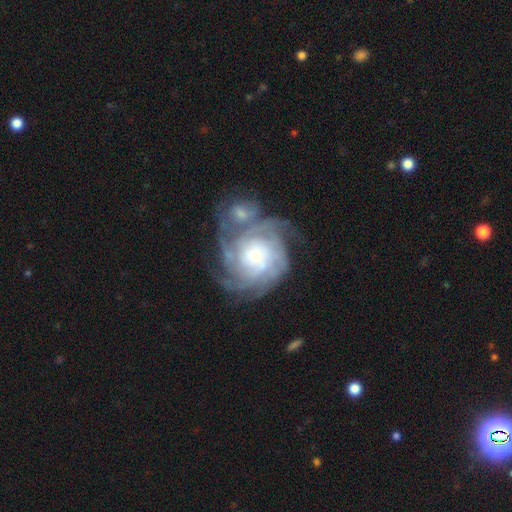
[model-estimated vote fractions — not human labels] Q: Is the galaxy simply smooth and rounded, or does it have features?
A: featured or disk — 86%.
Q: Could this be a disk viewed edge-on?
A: no — 98%.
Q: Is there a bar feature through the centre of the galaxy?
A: no — 76%.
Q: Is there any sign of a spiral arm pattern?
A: yes — 96%.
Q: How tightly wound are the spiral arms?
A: tight — 69%.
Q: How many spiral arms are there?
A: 4 — 31%.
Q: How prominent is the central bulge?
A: small — 64%.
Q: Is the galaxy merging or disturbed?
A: none — 44%.